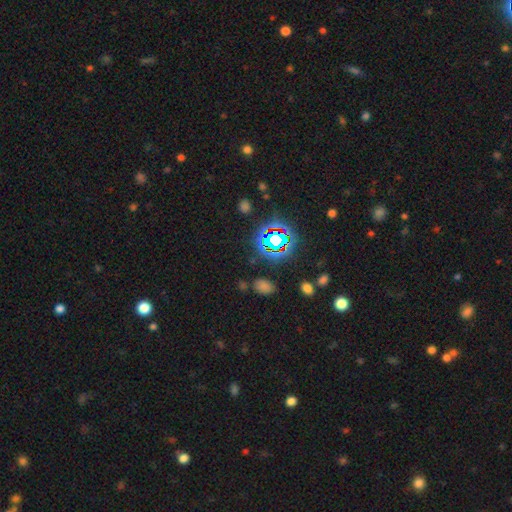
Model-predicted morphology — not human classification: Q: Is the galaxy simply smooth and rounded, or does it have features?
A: star or artifact — 75%.